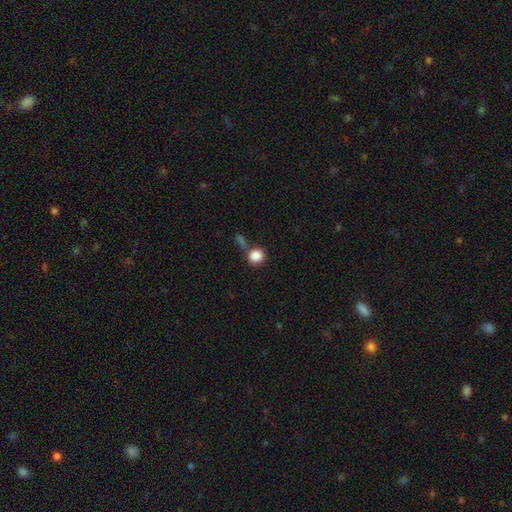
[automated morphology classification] A smooth galaxy with no disk features (87%) that is round (87%). Merging: none (60%).